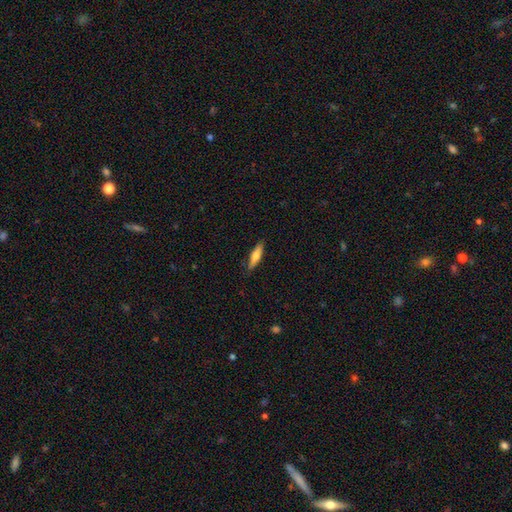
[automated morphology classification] Smooth or featured?
  - smooth: 61% *
  - featured or disk: 33%
  - star or artifact: 6%
How rounded?
  - cigar-shaped: 73% *
  - in between: 25%
  - round: 2%
Merging?
  - none: 87% *
  - minor disturbance: 10%
  - major disturbance: 2%
  - merger: 1%